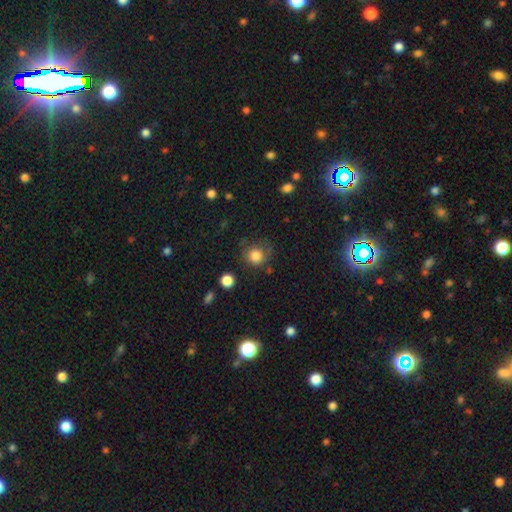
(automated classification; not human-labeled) Overall: smooth (83%). How rounded: round (86%). Merging: none (72%).